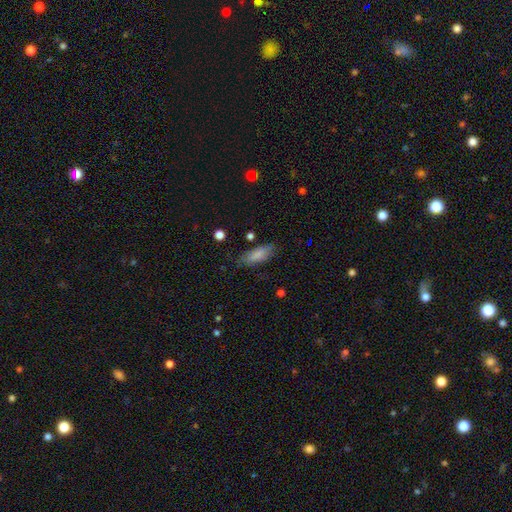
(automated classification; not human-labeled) Smooth or featured: smooth — 79% (featured or disk — 12%)
How rounded: in between — 62% (cigar-shaped — 36%)
Merging: none — 79% (minor disturbance — 15%)